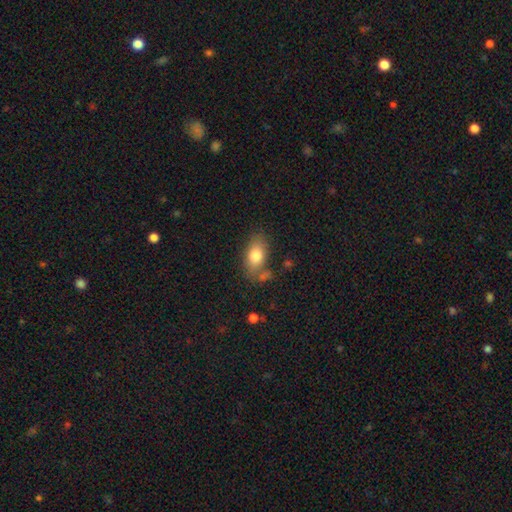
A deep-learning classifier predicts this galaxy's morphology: This appears to be a smooth galaxy with no disk features (79%) that is in between round and cigar-shaped (87%). Merging: none (67%).